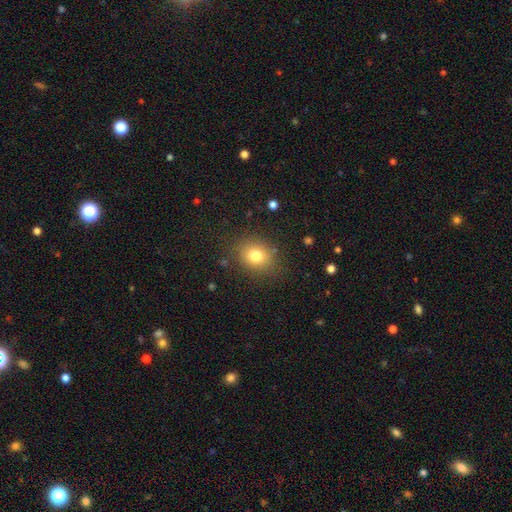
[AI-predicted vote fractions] A smooth galaxy with no disk features (77%) that is round (62%).

Vote fractions:
- Smooth or featured? smooth: 77% / star or artifact: 13% / featured or disk: 10%
- How rounded? round: 62% / in between: 37% / cigar-shaped: 1%
- Merging? none: 84% / minor disturbance: 10% / major disturbance: 4% / merger: 1%